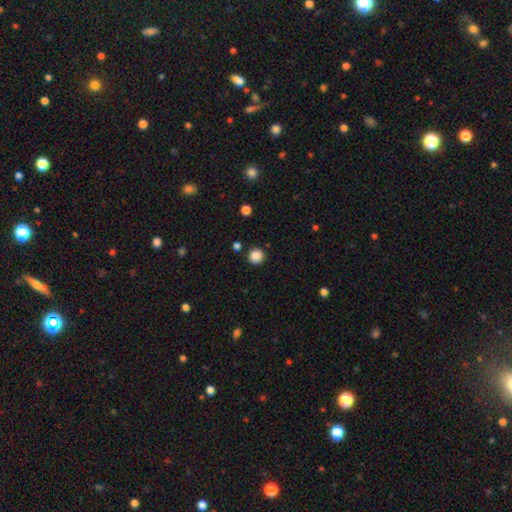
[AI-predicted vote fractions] smooth 87%, star or artifact 10%, featured or disk 3%. Down the decision tree: how rounded — round (95%); merging — none (90%).